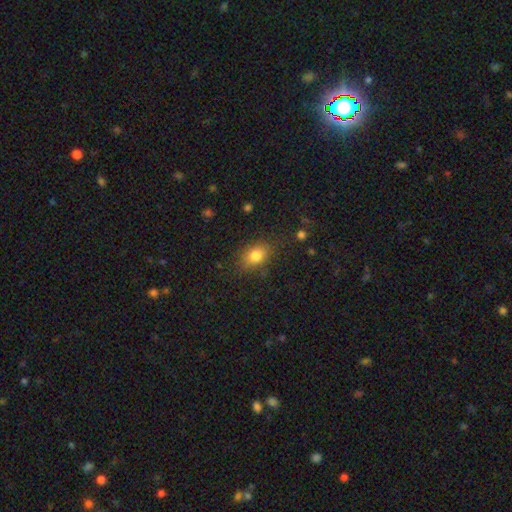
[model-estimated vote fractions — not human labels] Smooth or featured: smooth — 80% (star or artifact — 11%)
How rounded: in between — 71% (round — 27%)
Merging: none — 79% (minor disturbance — 15%)